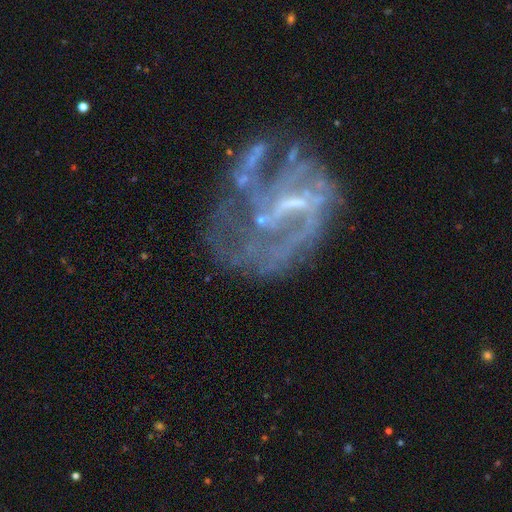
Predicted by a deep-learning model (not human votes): Smooth or featured: featured or disk — 80% (star or artifact — 11%)
Edge-on disk: no — 98% (yes — 2%)
Bar: weak — 45% (no — 31%)
Spiral arms: yes — 63% (no — 37%)
Bulge size: small — 40% (none — 39%)
Merging: none — 38% (major disturbance — 37%)